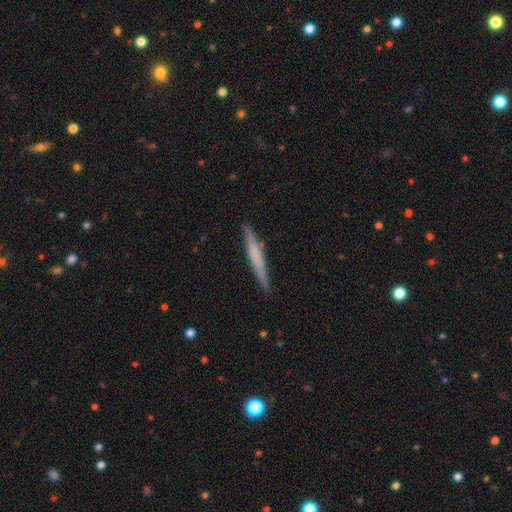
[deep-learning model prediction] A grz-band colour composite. It shows a smooth galaxy with no disk features (57%) that is cigar-shaped (96%). Merging: none (91%).